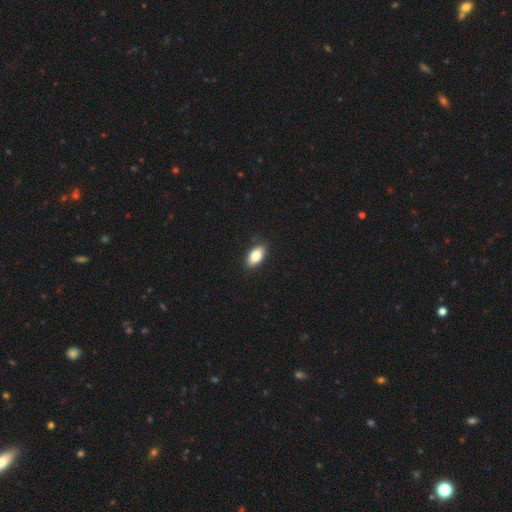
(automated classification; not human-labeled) This appears to be a smooth galaxy with no disk features (85%) that is in between round and cigar-shaped (92%). Merging: none (87%).